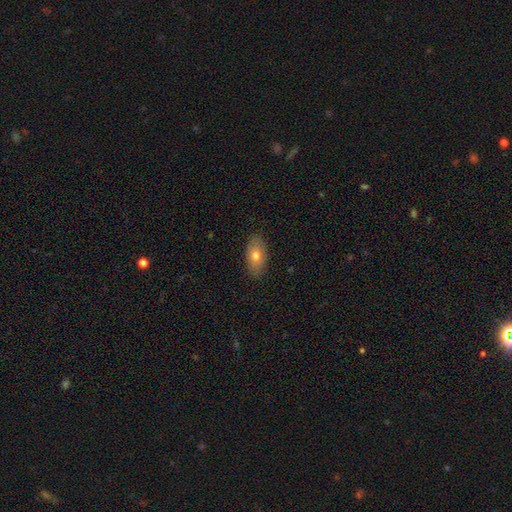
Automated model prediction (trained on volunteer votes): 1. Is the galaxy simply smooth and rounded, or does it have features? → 74% smooth, 18% featured or disk, 8% star or artifact.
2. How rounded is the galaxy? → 91% in between, 5% round, 4% cigar-shaped.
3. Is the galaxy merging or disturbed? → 88% none, 9% minor disturbance, 2% major disturbance, 1% merger.